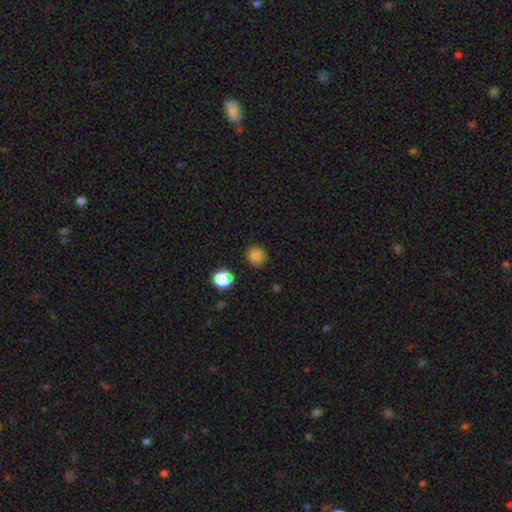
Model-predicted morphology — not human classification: The model was most divided on "smooth or featured": smooth: 81%, star or artifact: 11%, featured or disk: 7%. More confident: merging — none (87%); how rounded — round (86%).